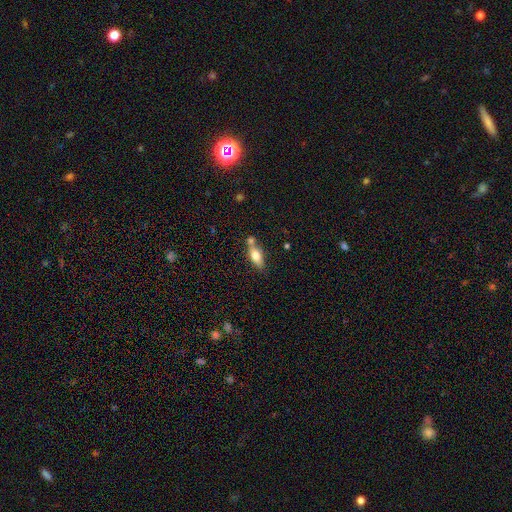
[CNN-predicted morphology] This appears to be a smooth galaxy with no disk features (69%) that is in between round and cigar-shaped (73%). Merging: none (56%).